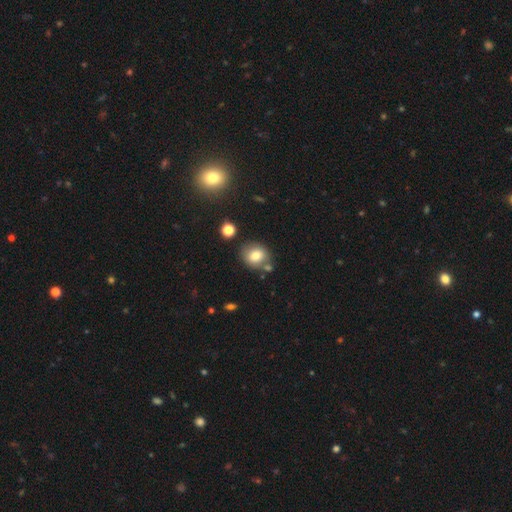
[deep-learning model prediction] Q: Smooth or featured?
A: smooth (76%); runner-up: featured or disk (12%)
Q: How rounded?
A: round (74%); runner-up: in between (25%)
Q: Merging?
A: none (72%); runner-up: minor disturbance (13%)